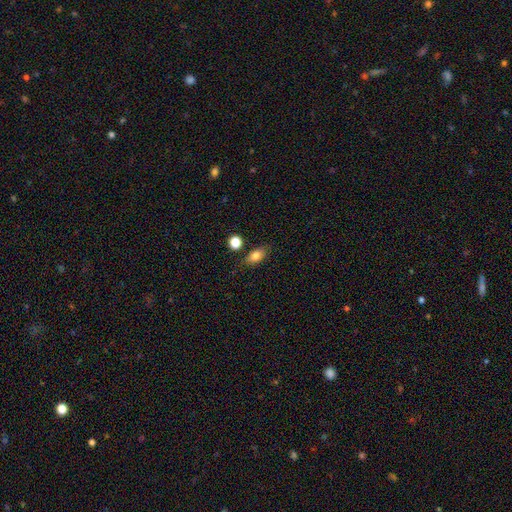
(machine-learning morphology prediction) Smooth or featured? smooth (79%)
How rounded? in between (80%)
Merging? none (75%)